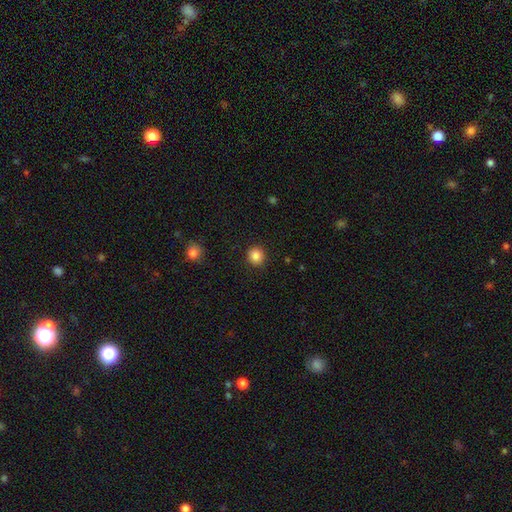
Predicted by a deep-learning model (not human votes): This is clearly a smooth galaxy (86%). How rounded: clearly round (90%). Merging: clearly none (91%).